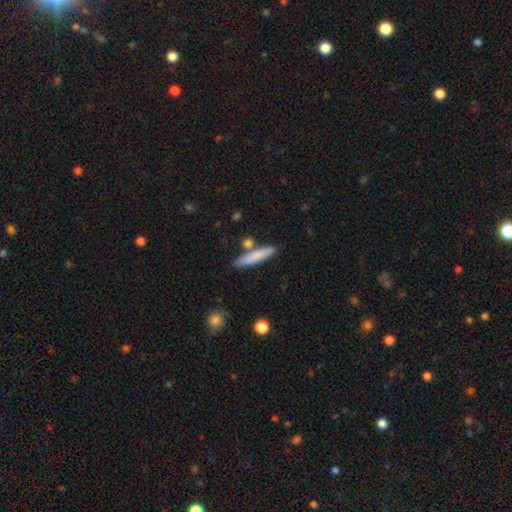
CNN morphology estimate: type=smooth (76%); roundness=cigar-shaped (89%); merging=none (78%).